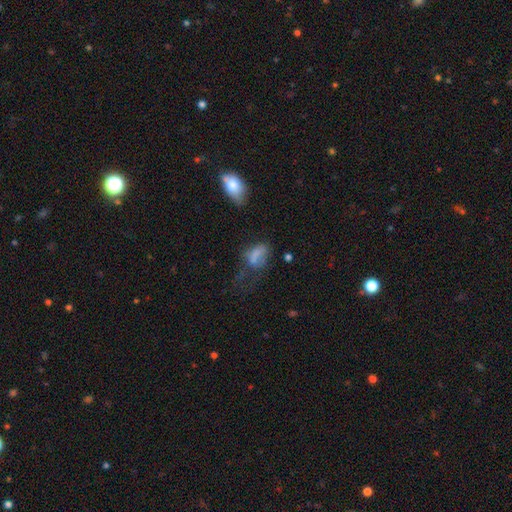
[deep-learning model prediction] The model was most divided on "merging": major disturbance: 36%, none: 28%, minor disturbance: 22%, merger: 13%. More confident: how rounded — in between (81%); smooth or featured — smooth (65%).